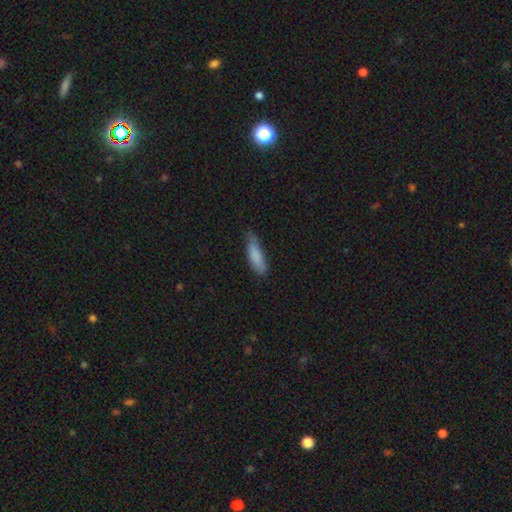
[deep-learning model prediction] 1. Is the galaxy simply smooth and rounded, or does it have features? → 83% smooth, 11% featured or disk, 6% star or artifact.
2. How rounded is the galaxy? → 57% cigar-shaped, 42% in between, 2% round.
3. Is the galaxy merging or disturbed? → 64% none, 29% minor disturbance, 5% major disturbance, 2% merger.